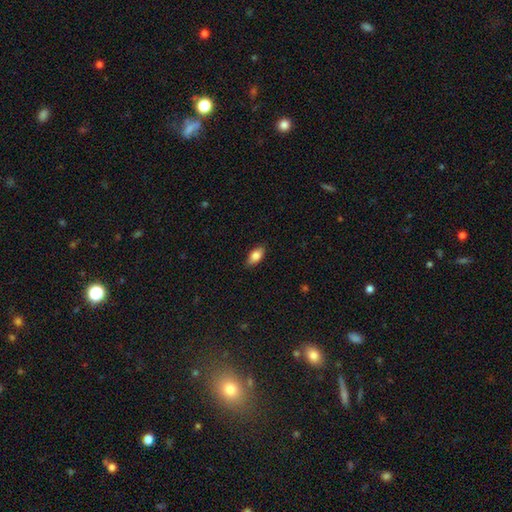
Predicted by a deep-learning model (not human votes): This is clearly a smooth galaxy (80%). How rounded: clearly in between (89%). Merging: clearly none (88%).